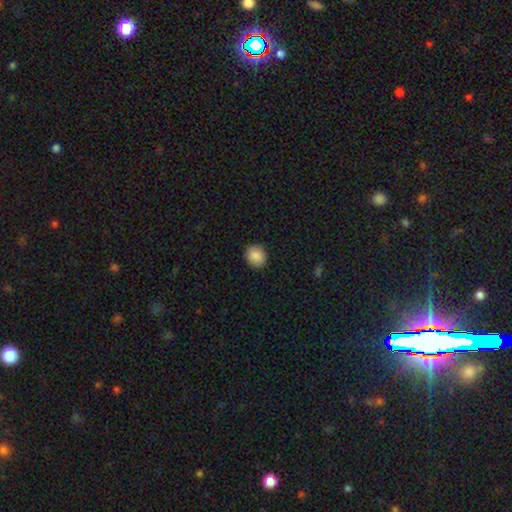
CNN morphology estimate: smooth_or_featured: smooth (p=0.89) [alt: star or artifact p=0.08]
how_rounded: round (p=0.69) [alt: in between p=0.30]
merging: none (p=0.89) [alt: minor disturbance p=0.08]